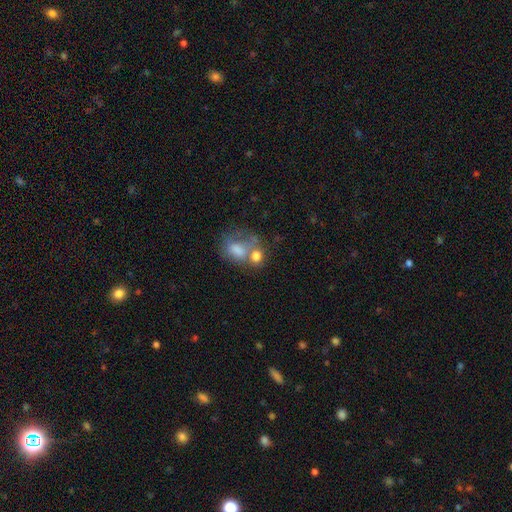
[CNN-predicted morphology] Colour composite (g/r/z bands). It shows a smooth galaxy with no disk features (70%) that is in between round and cigar-shaped (55%). Merging: merger (53%).